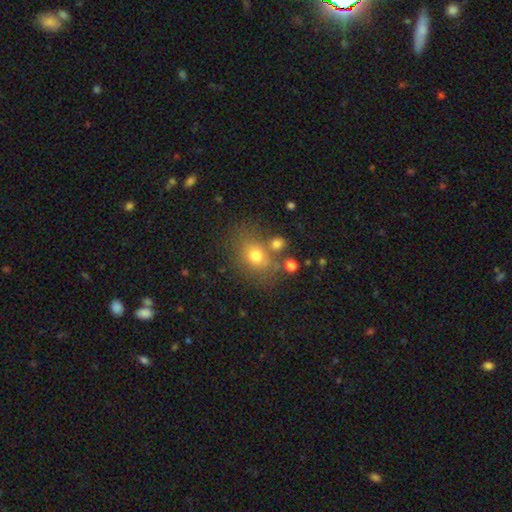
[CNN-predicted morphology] Smooth or featured? Predicted: smooth (p=0.71). How rounded? Predicted: in between (p=0.50). Merging? Predicted: none (p=0.64).